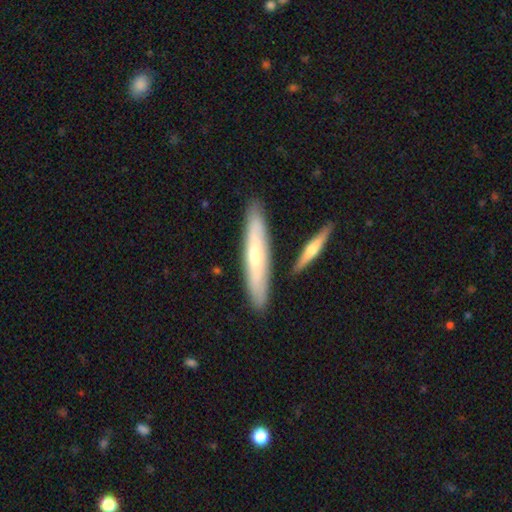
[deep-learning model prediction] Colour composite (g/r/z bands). It shows a featured or disk galaxy (49%). Merging: none (83%).